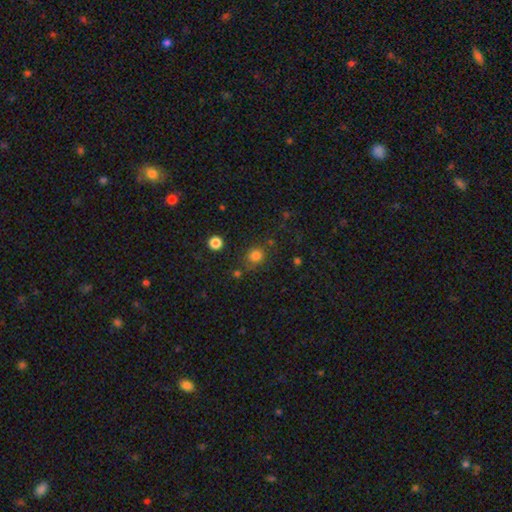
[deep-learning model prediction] Smooth or featured: smooth — 78% (star or artifact — 16%)
How rounded: round — 85% (in between — 14%)
Merging: none — 74% (minor disturbance — 13%)